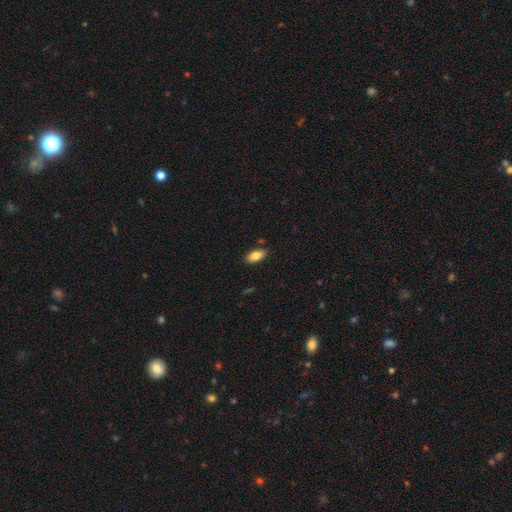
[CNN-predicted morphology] smooth-or-featured: smooth: 83% | featured or disk: 10% | star or artifact: 7%
  how-rounded: in between: 90% | cigar-shaped: 8% | round: 3%
  merging: none: 85% | minor disturbance: 11% | major disturbance: 2% | merger: 2%